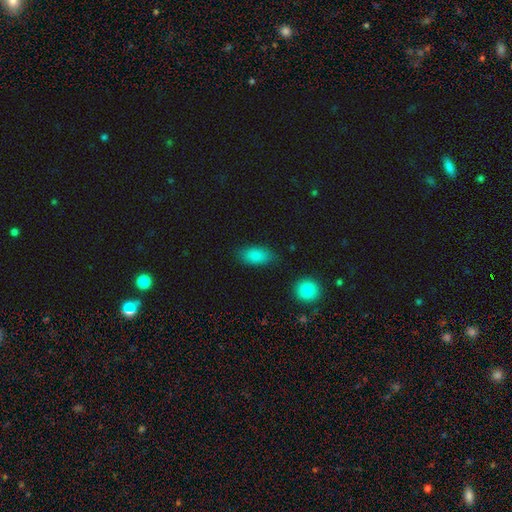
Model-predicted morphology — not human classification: This appears to be a smooth galaxy with no disk features (85%) that is in between round and cigar-shaped (91%). Merging: none (79%).